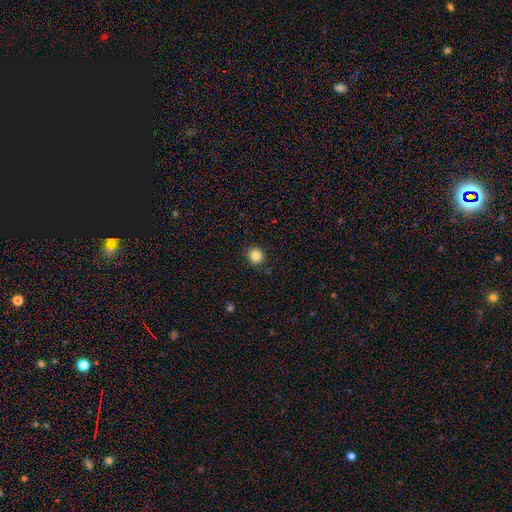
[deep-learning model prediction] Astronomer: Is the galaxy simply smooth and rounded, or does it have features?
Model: smooth — 85%.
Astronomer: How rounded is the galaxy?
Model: round — 90%.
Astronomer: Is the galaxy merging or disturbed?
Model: none — 90%.